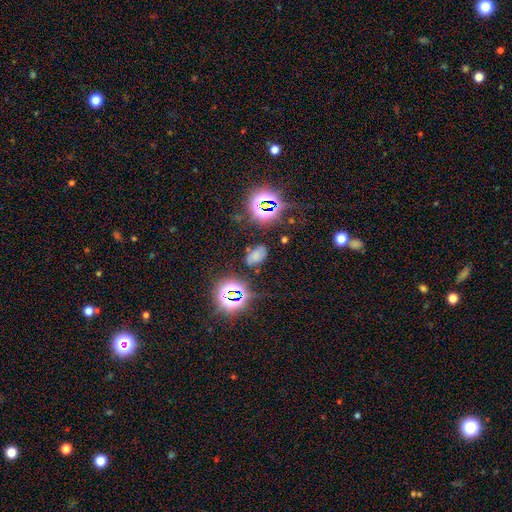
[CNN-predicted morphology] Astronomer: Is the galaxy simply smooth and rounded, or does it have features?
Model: smooth — 49% (runner-up: star or artifact, 37%).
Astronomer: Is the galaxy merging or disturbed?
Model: none — 73%.